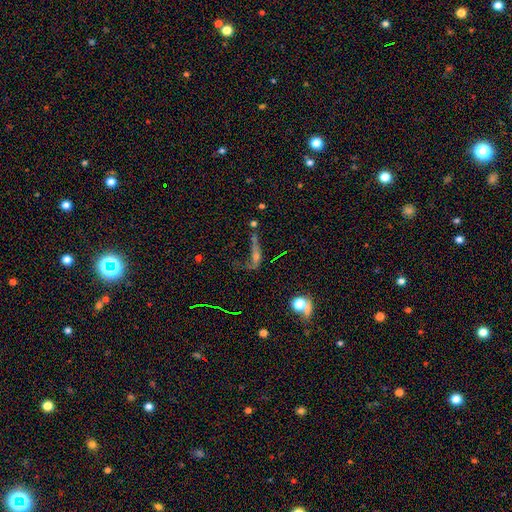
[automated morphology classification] The model was most divided on "merging": major disturbance: 36%, none: 33%, merger: 16%, minor disturbance: 16%. More confident: edge-on disk — no (54%); smooth or featured — featured or disk (50%).